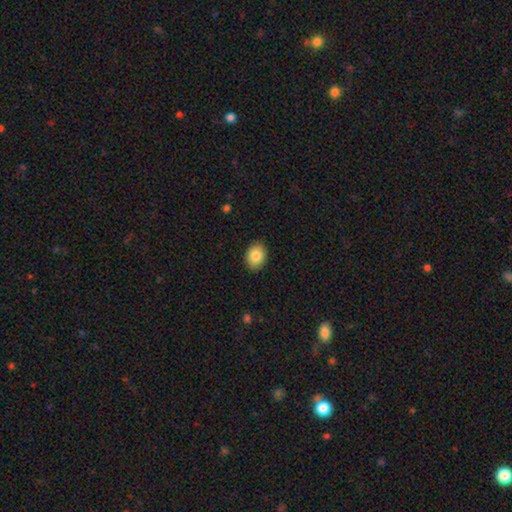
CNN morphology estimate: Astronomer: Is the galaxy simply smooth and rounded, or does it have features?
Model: smooth — 86%.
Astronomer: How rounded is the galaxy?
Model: in between — 55% (runner-up: round, 44%).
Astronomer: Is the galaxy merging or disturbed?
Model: none — 90%.